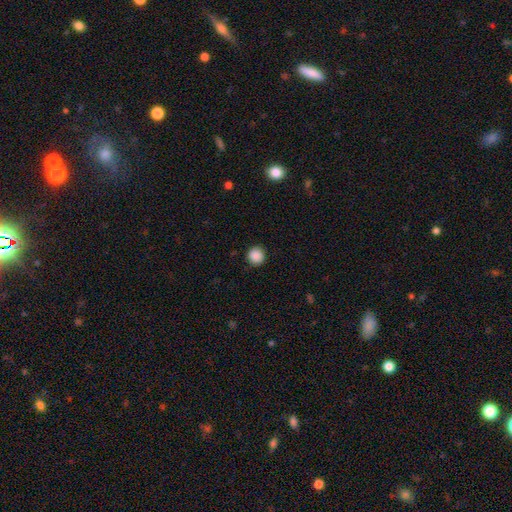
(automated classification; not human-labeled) This is clearly a smooth galaxy (88%). How rounded: clearly round (94%). Merging: clearly none (90%).